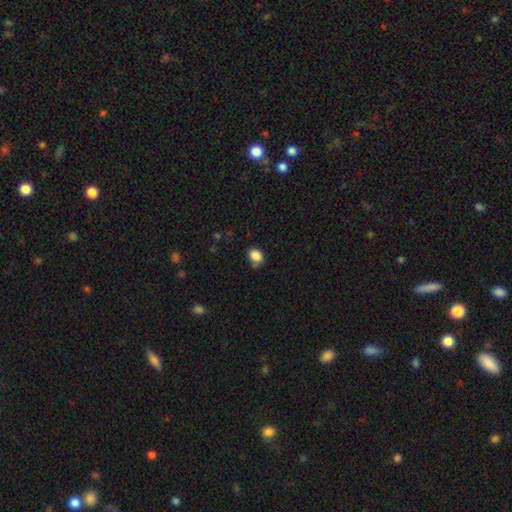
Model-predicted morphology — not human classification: type=smooth (86%); roundness=in between (66%); merging=none (69%).